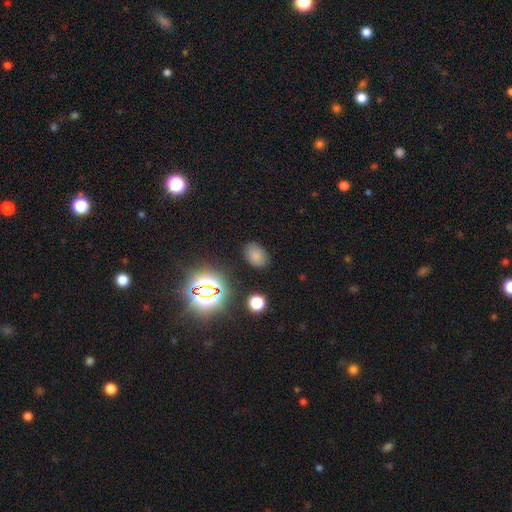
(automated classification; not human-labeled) smooth_or_featured: smooth (p=0.73) [alt: star or artifact p=0.20]
how_rounded: in between (p=0.78) [alt: round p=0.21]
merging: none (p=0.82) [alt: minor disturbance p=0.12]